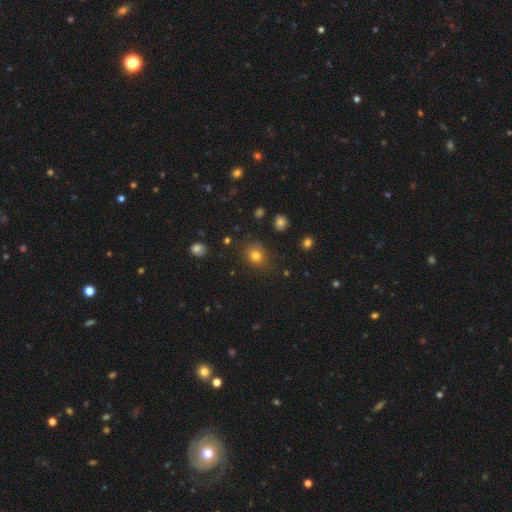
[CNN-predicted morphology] This is likely a smooth galaxy (77%). How rounded: likely round (67%). Merging: likely none (75%).